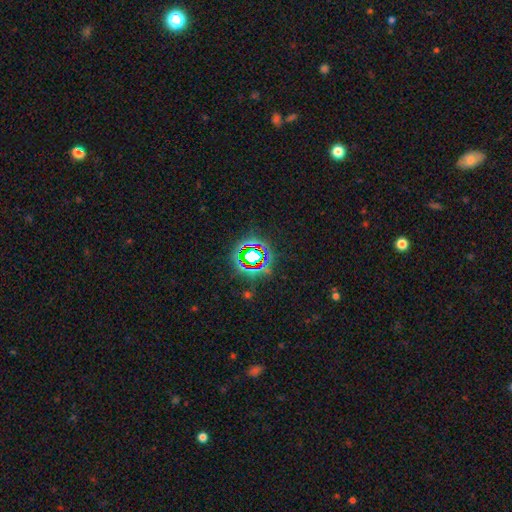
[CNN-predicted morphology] A star or artifact, not a galaxy (70%).